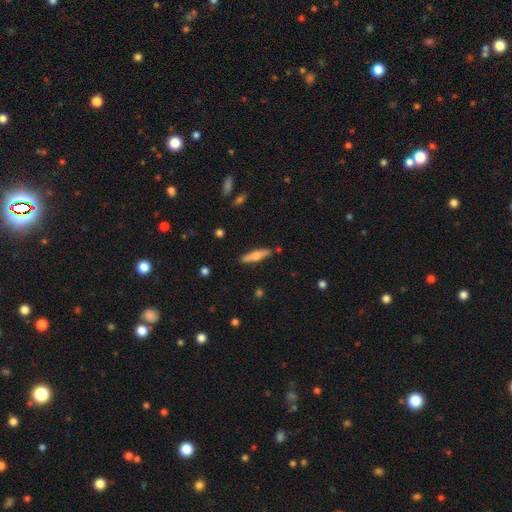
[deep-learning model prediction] A smooth galaxy with no disk features (52%) that is cigar-shaped (76%). Merging: none (86%).